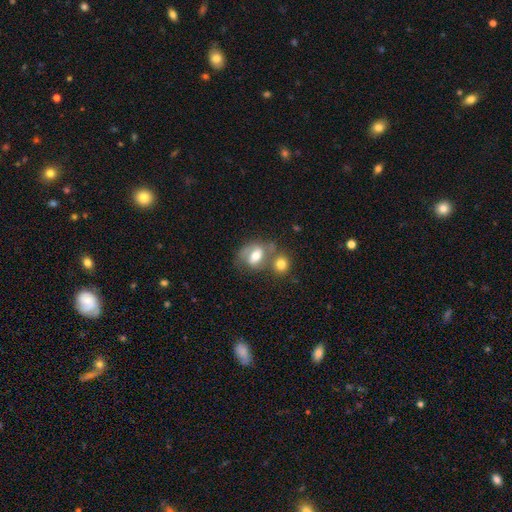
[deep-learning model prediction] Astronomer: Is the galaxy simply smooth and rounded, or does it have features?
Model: smooth — 46% (runner-up: featured or disk, 45%).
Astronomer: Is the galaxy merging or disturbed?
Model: merger — 38% (runner-up: none, 35%).